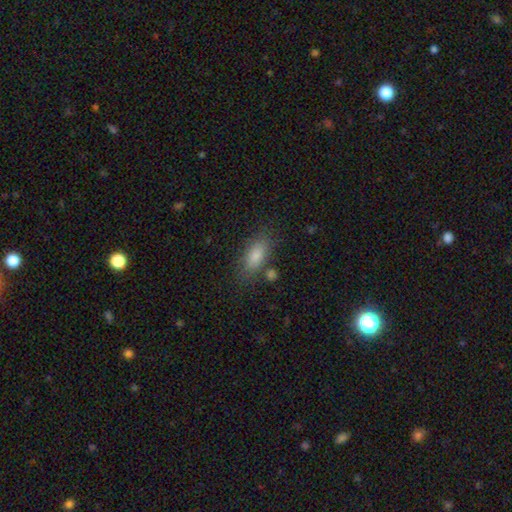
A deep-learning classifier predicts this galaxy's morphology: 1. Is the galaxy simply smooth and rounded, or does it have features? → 81% smooth, 10% featured or disk, 9% star or artifact.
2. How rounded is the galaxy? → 79% in between, 17% cigar-shaped, 4% round.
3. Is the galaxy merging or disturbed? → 78% none, 13% minor disturbance, 6% merger, 4% major disturbance.